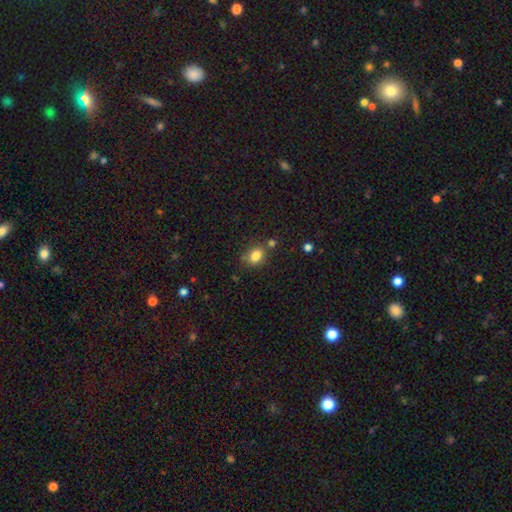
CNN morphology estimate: smooth-or-featured: smooth: 82% | star or artifact: 11% | featured or disk: 7%
  how-rounded: in between: 66% | round: 33% | cigar-shaped: 1%
  merging: none: 67% | minor disturbance: 16% | merger: 13% | major disturbance: 4%